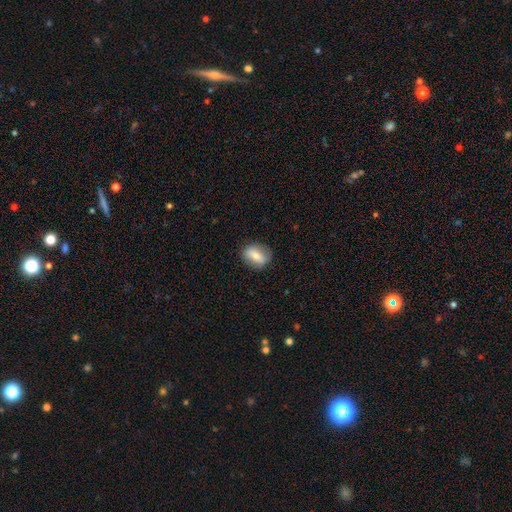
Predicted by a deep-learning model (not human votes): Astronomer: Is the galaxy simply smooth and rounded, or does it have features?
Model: smooth — 60%.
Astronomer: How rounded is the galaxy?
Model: in between — 60% (runner-up: round, 37%).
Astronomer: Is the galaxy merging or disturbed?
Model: none — 82%.